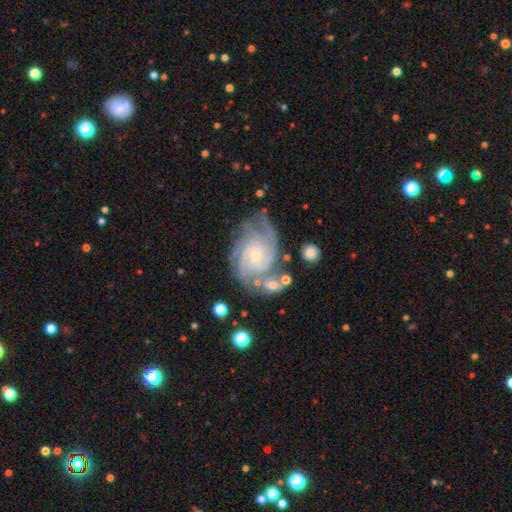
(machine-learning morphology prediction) A featured or disk galaxy (89%) with no bar (70%), 4 (28%) tight (63%) spiral arms (97%) and a small central bulge (77%).

Vote fractions:
- Smooth or featured? featured or disk: 89% / smooth: 6% / star or artifact: 5%
- Edge-on disk? no: 98% / yes: 2%
- Bar? no: 70% / weak: 25% / strong: 5%
- Spiral arms? yes: 97% / no: 3%
- Spiral winding? tight: 63% / medium: 31% / loose: 6%
- Spiral arm count? 4: 28% / can't tell: 22% / 3: 21% / 2: 12% / more than 4: 11% / 1: 6%
- Bulge size? small: 77% / moderate: 18% / none: 2% / large: 1% / dominant: 1%
- Merging? none: 61% / minor disturbance: 20% / major disturbance: 10% / merger: 9%